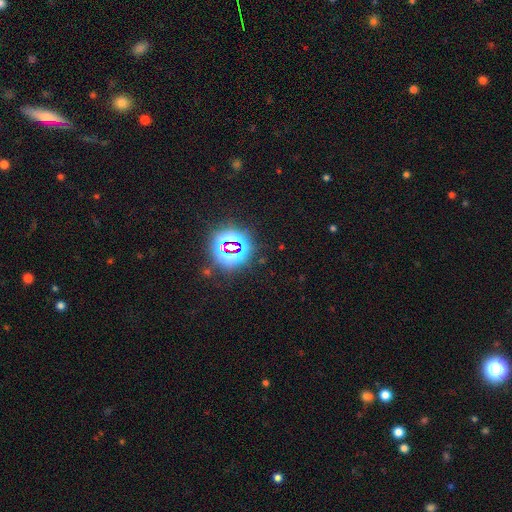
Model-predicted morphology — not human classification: Q: Smooth or featured?
A: star or artifact (80%); runner-up: smooth (13%)